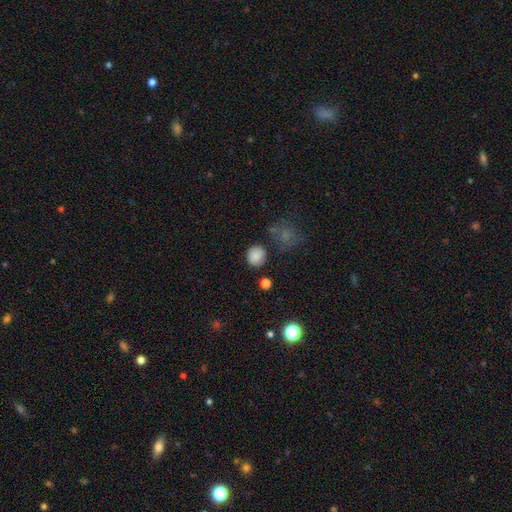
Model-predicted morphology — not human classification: The model was most divided on "merging": none: 79%, minor disturbance: 13%, major disturbance: 4%, merger: 4%. More confident: smooth or featured — smooth (84%); how rounded — round (84%).